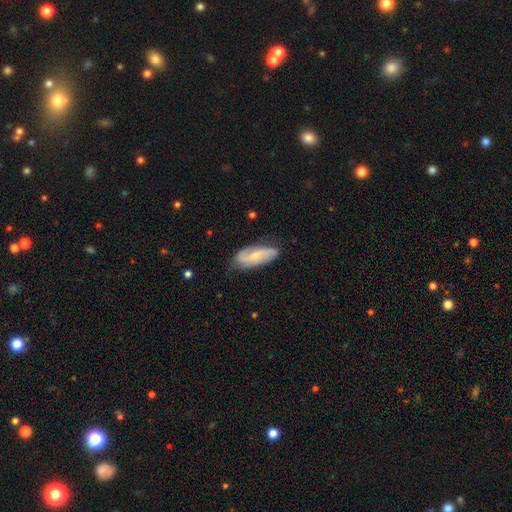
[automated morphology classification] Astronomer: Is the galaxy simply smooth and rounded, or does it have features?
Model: featured or disk — 70%.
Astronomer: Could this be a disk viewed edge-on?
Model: no — 92%.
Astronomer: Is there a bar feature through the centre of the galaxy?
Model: no — 47% (runner-up: weak, 39%).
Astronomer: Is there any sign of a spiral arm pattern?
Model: yes — 94%.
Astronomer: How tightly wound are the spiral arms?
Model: loose — 46% (runner-up: medium, 37%).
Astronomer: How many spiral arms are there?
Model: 2 — 87%.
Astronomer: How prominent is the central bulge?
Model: small — 58%.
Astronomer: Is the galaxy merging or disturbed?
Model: none — 76%.